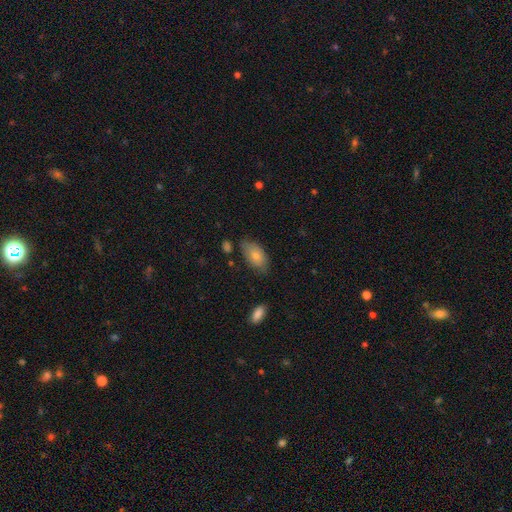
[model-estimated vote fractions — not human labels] Smooth or featured? smooth (76%)
How rounded? in between (94%)
Merging? none (67%)